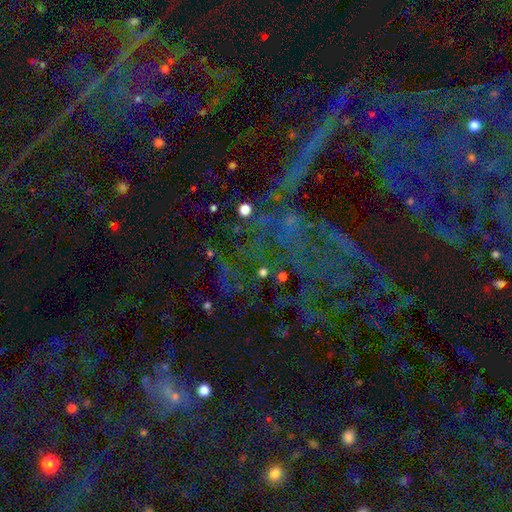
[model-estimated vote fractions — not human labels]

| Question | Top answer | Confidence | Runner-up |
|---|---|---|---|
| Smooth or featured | star or artifact | 81% | featured or disk (9%) |